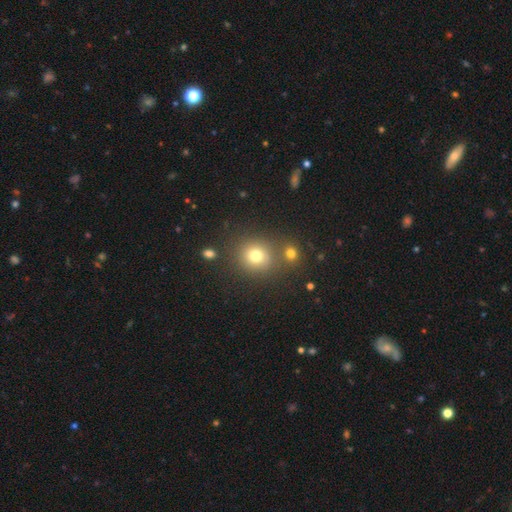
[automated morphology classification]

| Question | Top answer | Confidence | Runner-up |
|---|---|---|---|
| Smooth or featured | smooth | 75% | star or artifact (15%) |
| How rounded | round | 85% | in between (14%) |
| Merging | none | 73% | merger (14%) |